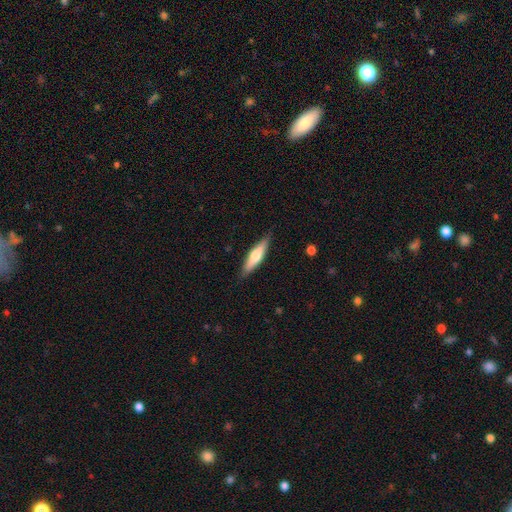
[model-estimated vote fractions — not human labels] The model was most divided on "smooth or featured": smooth: 55%, featured or disk: 40%, star or artifact: 5%. More confident: merging — none (86%); how rounded — cigar-shaped (71%).